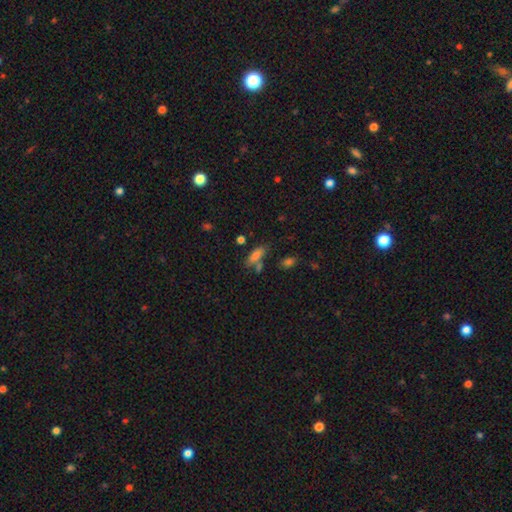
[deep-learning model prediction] This appears to be a smooth galaxy with no disk features (79%) that is in between round and cigar-shaped (58%). Merging: none (57%).